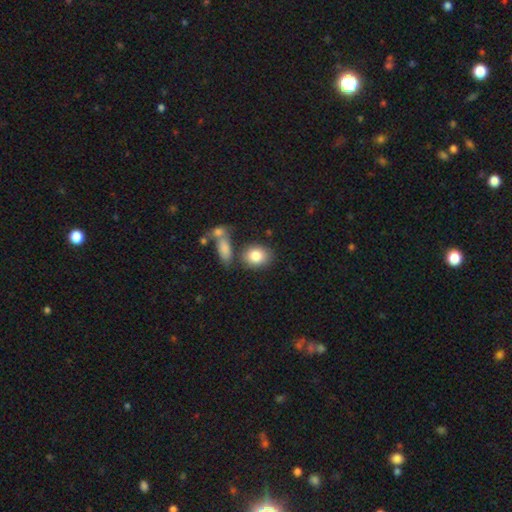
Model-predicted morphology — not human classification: Smooth or featured? smooth (84%)
How rounded? in between (53%)
Merging? none (67%)